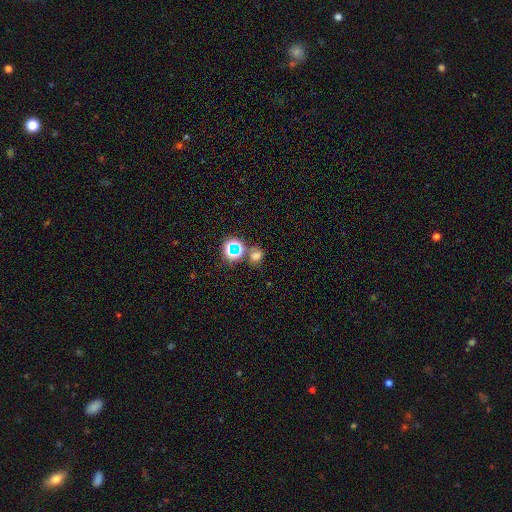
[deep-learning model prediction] smooth_or_featured: smooth (p=0.56) [alt: star or artifact p=0.35]
how_rounded: round (p=0.61) [alt: in between p=0.37]
merging: none (p=0.59) [alt: merger p=0.21]